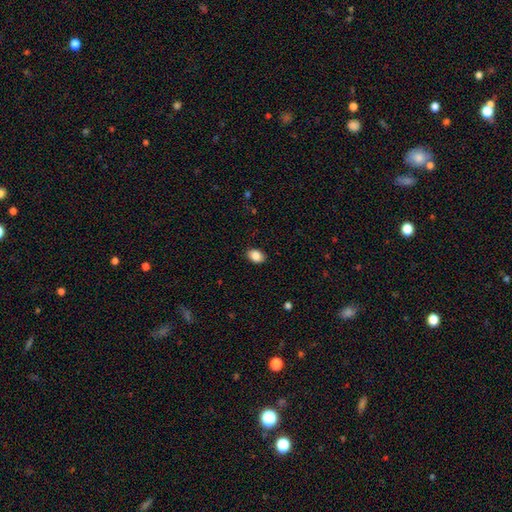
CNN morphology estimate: type=smooth (87%); roundness=in between (78%); merging=none (88%).